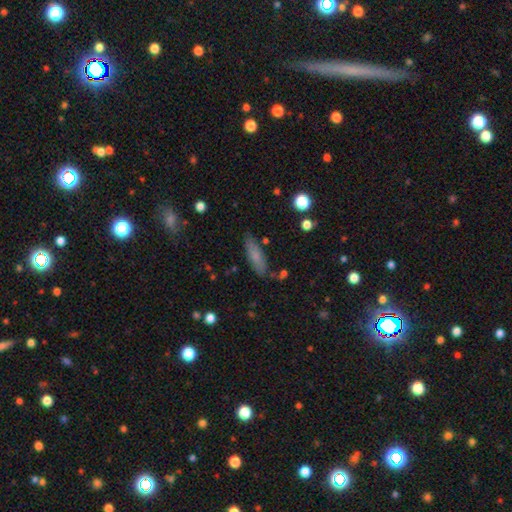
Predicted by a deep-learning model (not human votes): smooth_or_featured: smooth (p=0.71) [alt: featured or disk p=0.20]
how_rounded: cigar-shaped (p=0.50) [alt: in between p=0.47]
merging: none (p=0.79) [alt: minor disturbance p=0.14]